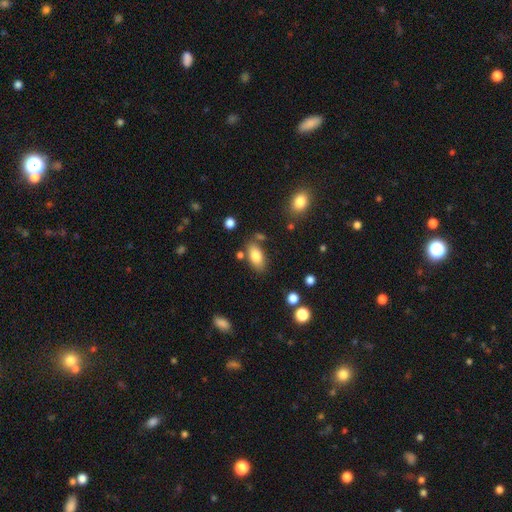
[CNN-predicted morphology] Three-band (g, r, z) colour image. It shows a smooth galaxy with no disk features (82%) that is in between round and cigar-shaped (91%). Merging: none (75%).